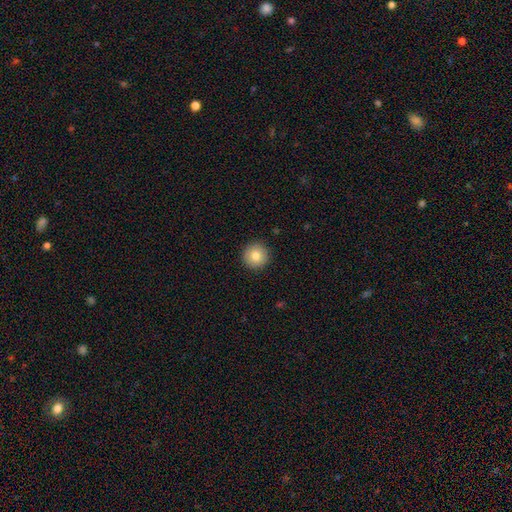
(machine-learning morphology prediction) Smooth or featured?
  - smooth: 81% *
  - featured or disk: 10%
  - star or artifact: 9%
How rounded?
  - round: 96% *
  - in between: 3%
  - cigar-shaped: 1%
Merging?
  - none: 92% *
  - minor disturbance: 5%
  - major disturbance: 2%
  - merger: 1%